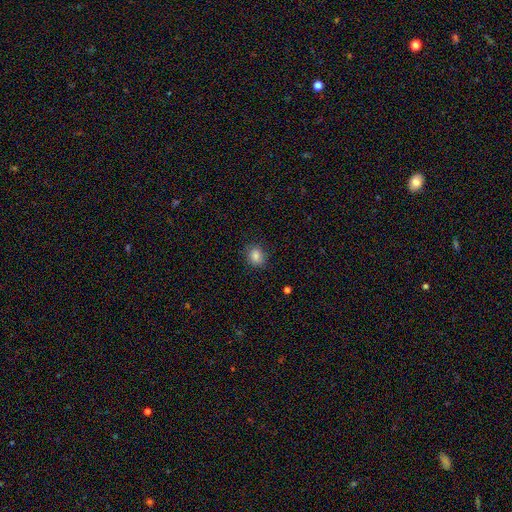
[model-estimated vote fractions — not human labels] Overall: smooth (84%). How rounded: round (73%). Merging: none (84%).